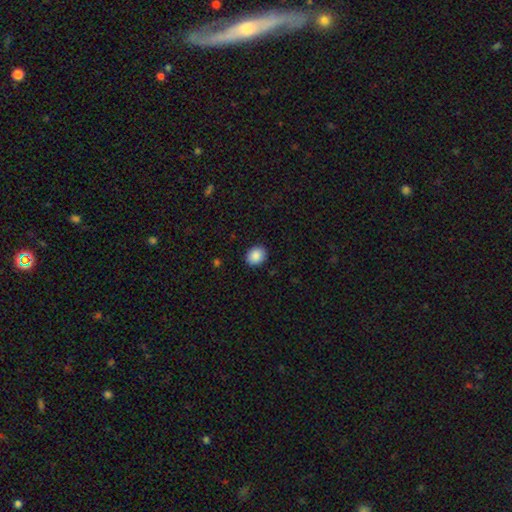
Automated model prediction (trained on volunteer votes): Smooth or featured: smooth — 89% (star or artifact — 8%)
How rounded: round — 58% (in between — 41%)
Merging: none — 90% (minor disturbance — 7%)